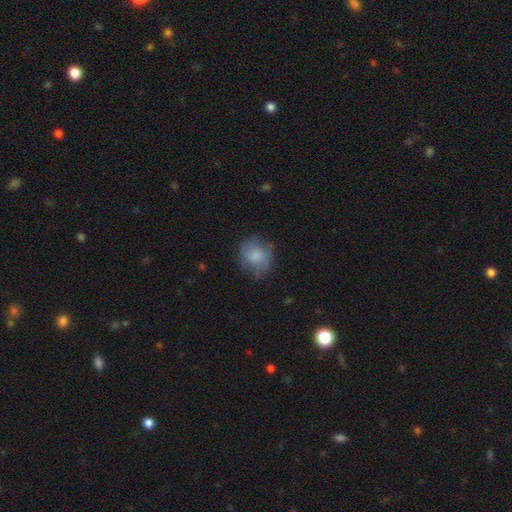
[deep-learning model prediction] This is likely a smooth galaxy (72%). How rounded: likely round (75%). Merging: likely none (61%).